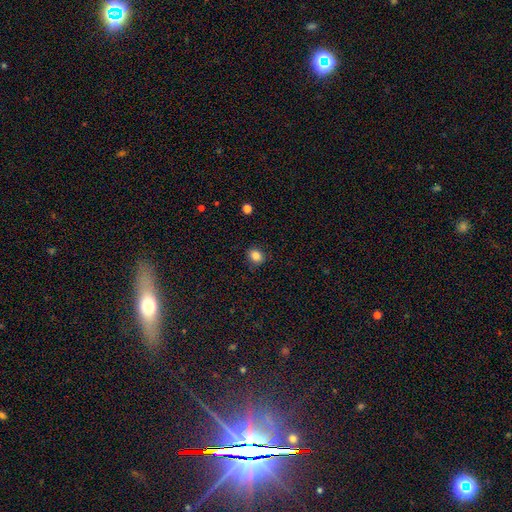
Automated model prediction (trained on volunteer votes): Smooth or featured? Predicted: smooth (p=0.84). How rounded? Predicted: round (p=0.61). Merging? Predicted: none (p=0.89).